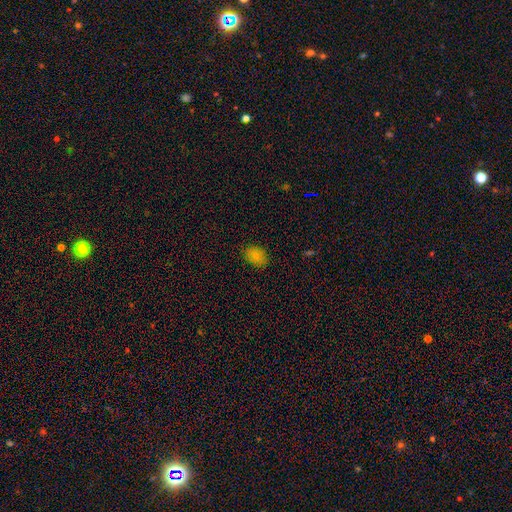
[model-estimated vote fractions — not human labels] Morphology: type=smooth (81%); roundness=in between (76%); merging=none (85%).